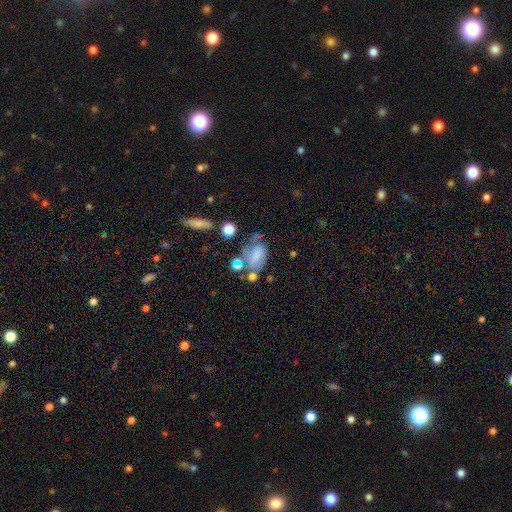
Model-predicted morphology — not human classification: smooth 53%, featured or disk 36%, star or artifact 12%. Down the decision tree: how rounded — in between (82%); merging — none (34%).